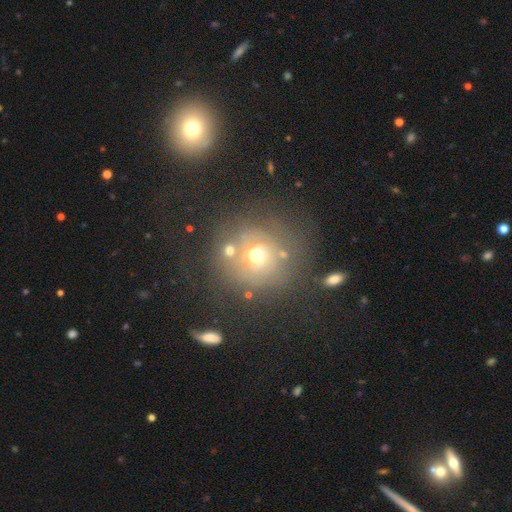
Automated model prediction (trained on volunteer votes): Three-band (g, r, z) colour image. It shows a smooth galaxy with no disk features (53%) that is round (88%). Merging: none (64%).